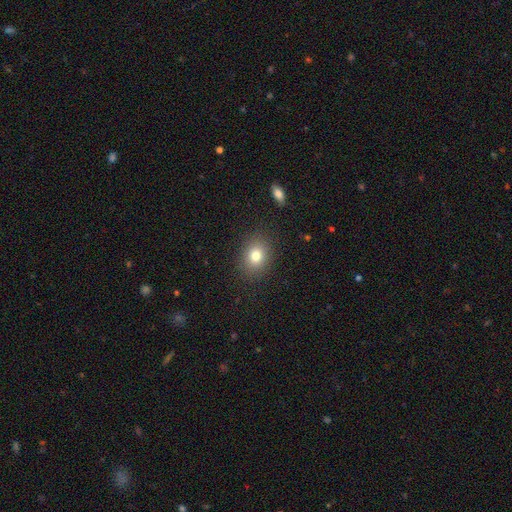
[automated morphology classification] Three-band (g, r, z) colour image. It shows a smooth galaxy with no disk features (79%) that is in between round and cigar-shaped (52%). Merging: none (87%).